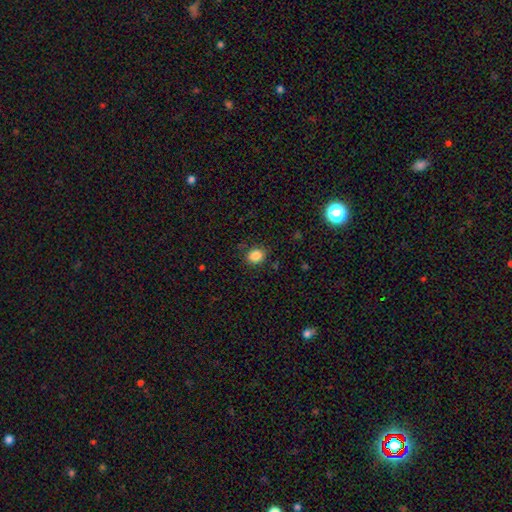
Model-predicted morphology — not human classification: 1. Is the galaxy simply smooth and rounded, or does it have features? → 85% smooth, 11% star or artifact, 4% featured or disk.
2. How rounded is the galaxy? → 65% round, 34% in between, 1% cigar-shaped.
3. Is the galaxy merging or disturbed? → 85% none, 10% minor disturbance, 3% major disturbance, 1% merger.